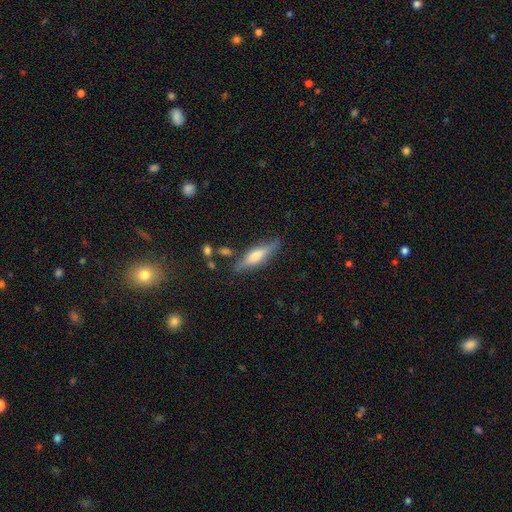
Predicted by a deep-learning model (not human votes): A smooth galaxy with no disk features (47%, tied with featured or disk). Merging: none (81%).